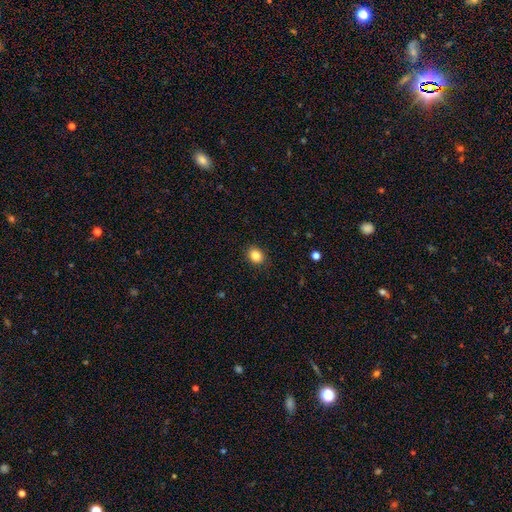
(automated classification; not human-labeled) Morphology: type=smooth (85%); roundness=round (56%); merging=none (88%).